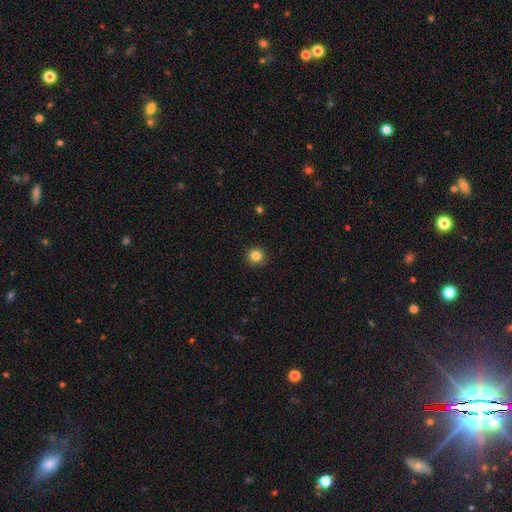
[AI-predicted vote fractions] Smooth or featured?
  - smooth: 84% *
  - star or artifact: 11%
  - featured or disk: 4%
How rounded?
  - round: 94% *
  - in between: 5%
  - cigar-shaped: 1%
Merging?
  - none: 90% *
  - minor disturbance: 7%
  - major disturbance: 2%
  - merger: 1%